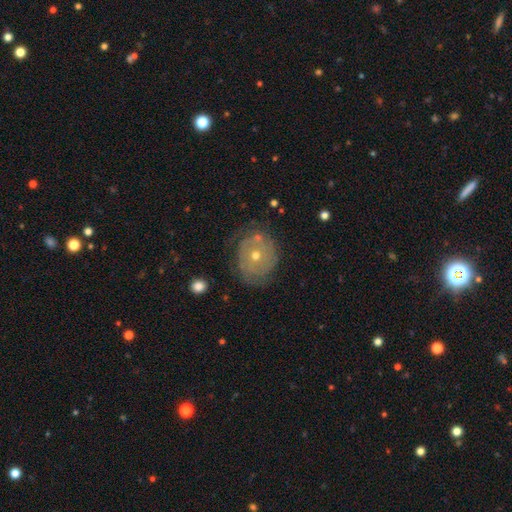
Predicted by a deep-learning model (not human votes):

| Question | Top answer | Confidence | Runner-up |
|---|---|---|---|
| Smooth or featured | featured or disk | 68% | smooth (23%) |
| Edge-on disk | no | 96% | yes (4%) |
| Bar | no | 86% | weak (11%) |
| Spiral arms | yes | 71% | no (29%) |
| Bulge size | moderate | 54% | small (43%) |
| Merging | none | 69% | minor disturbance (20%) |